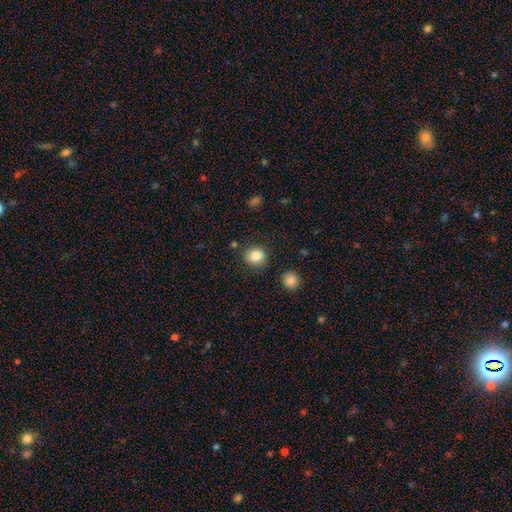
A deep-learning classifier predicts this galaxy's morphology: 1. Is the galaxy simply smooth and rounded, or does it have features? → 85% smooth, 10% star or artifact, 5% featured or disk.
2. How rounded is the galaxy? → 85% round, 14% in between, 1% cigar-shaped.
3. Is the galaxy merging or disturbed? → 84% none, 10% minor disturbance, 3% major disturbance, 3% merger.